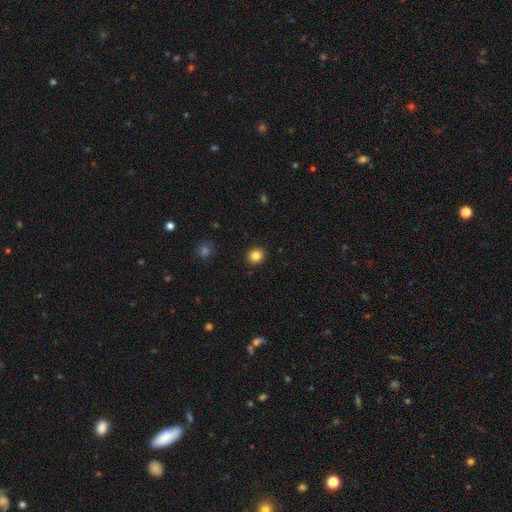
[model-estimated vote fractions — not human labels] smooth_or_featured: smooth (p=0.84) [alt: star or artifact p=0.11]
how_rounded: round (p=0.82) [alt: in between p=0.17]
merging: none (p=0.91) [alt: minor disturbance p=0.06]